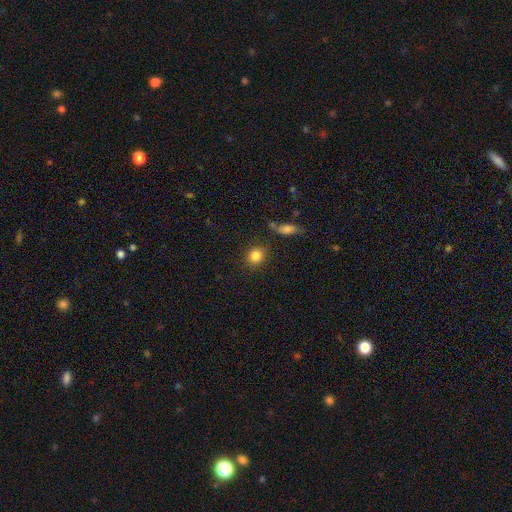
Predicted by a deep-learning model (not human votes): smooth_or_featured: smooth (p=0.84) [alt: star or artifact p=0.10]
how_rounded: round (p=0.81) [alt: in between p=0.18]
merging: none (p=0.84) [alt: minor disturbance p=0.09]